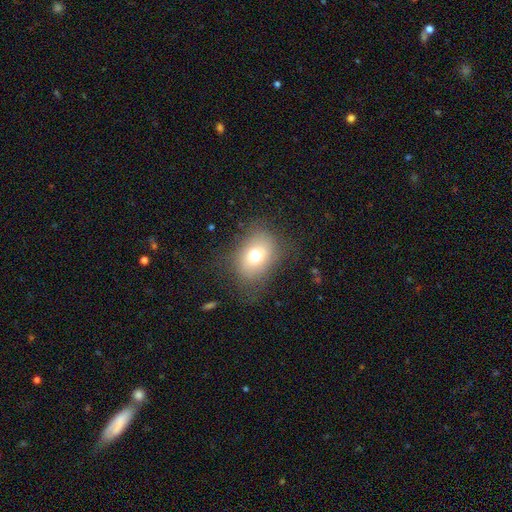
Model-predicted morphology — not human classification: Smooth or featured?
  - smooth: 69% *
  - featured or disk: 18%
  - star or artifact: 13%
How rounded?
  - in between: 64% *
  - round: 35%
  - cigar-shaped: 1%
Merging?
  - none: 70% *
  - minor disturbance: 18%
  - major disturbance: 11%
  - merger: 1%